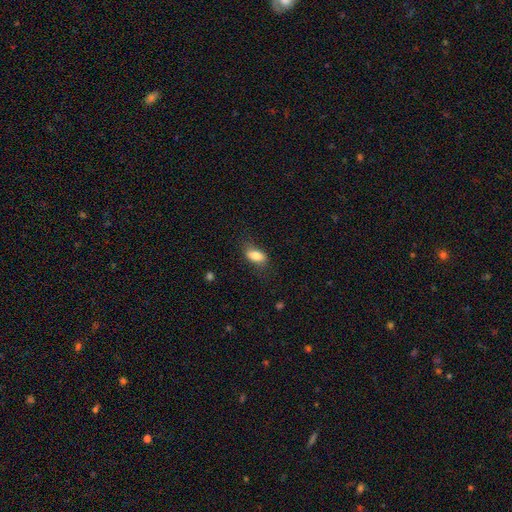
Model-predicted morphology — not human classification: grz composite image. It shows a smooth galaxy with no disk features (82%) that is in between round and cigar-shaped (88%). Merging: none (71%).